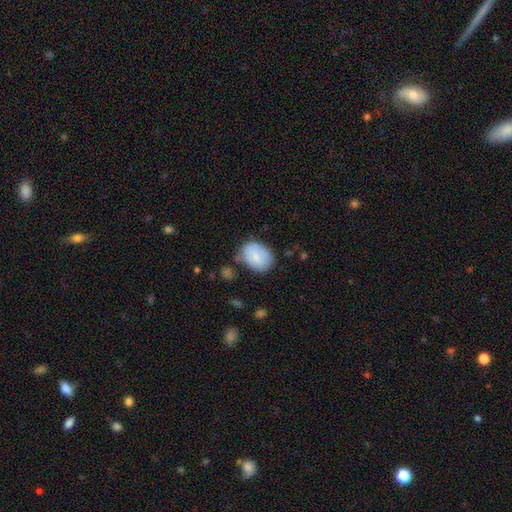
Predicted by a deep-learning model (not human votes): The model was most divided on "merging": none: 63%, minor disturbance: 24%, merger: 7%, major disturbance: 6%. More confident: smooth or featured — smooth (79%); how rounded — in between (70%).